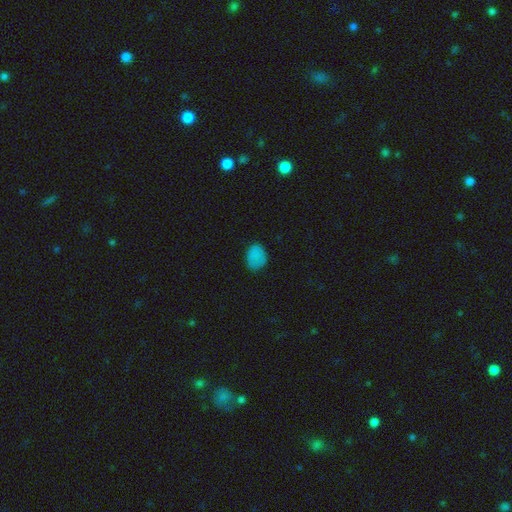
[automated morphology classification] Smooth or featured? Predicted: smooth (p=0.81). How rounded? Predicted: in between (p=0.66). Merging? Predicted: none (p=0.72).